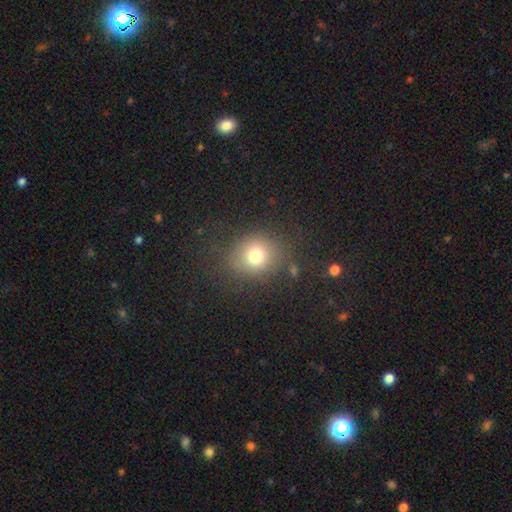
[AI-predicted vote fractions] Smooth or featured?
  - smooth: 74% *
  - star or artifact: 16%
  - featured or disk: 10%
How rounded?
  - round: 78% *
  - in between: 21%
  - cigar-shaped: 1%
Merging?
  - none: 80% *
  - minor disturbance: 11%
  - major disturbance: 7%
  - merger: 2%